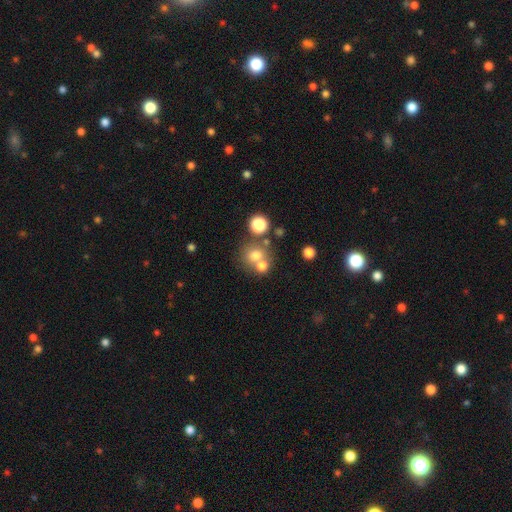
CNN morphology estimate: This appears to be a smooth galaxy with no disk features (69%) that is round (82%). Merging: none (50%).